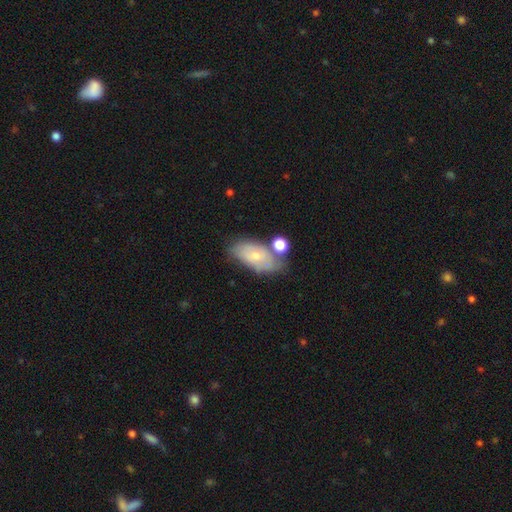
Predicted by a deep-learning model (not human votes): The model was most divided on "merging": none: 46%, minor disturbance: 25%, merger: 18%, major disturbance: 10%. More confident: how rounded — in between (90%); smooth or featured — smooth (57%).